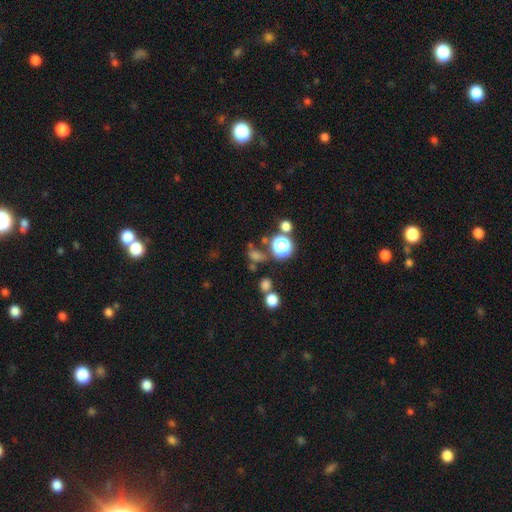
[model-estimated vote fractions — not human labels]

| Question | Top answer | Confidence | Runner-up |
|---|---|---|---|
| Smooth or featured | smooth | 52% | star or artifact (37%) |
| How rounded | round | 66% | in between (32%) |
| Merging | none | 60% | merger (17%) |